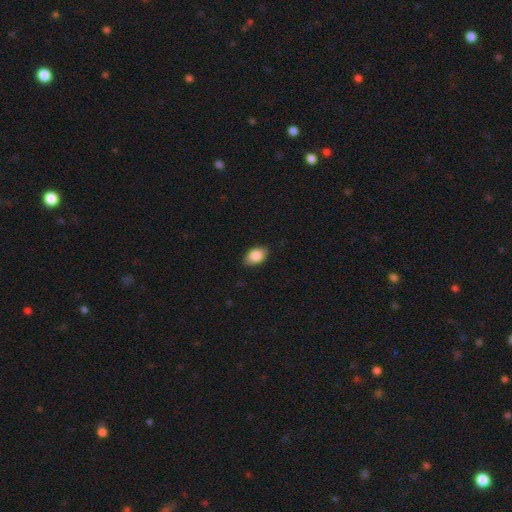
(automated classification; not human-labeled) smooth_or_featured: smooth (p=0.87) [alt: star or artifact p=0.07]
how_rounded: in between (p=0.87) [alt: round p=0.11]
merging: none (p=0.84) [alt: minor disturbance p=0.13]